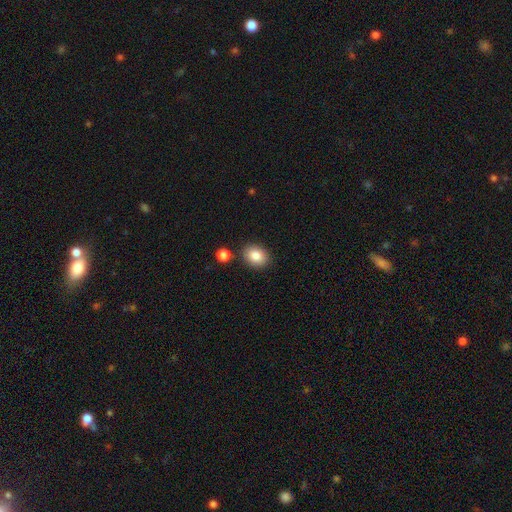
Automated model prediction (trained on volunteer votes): smooth_or_featured: smooth (p=0.85) [alt: star or artifact p=0.08]
how_rounded: in between (p=0.58) [alt: round p=0.41]
merging: none (p=0.83) [alt: minor disturbance p=0.09]